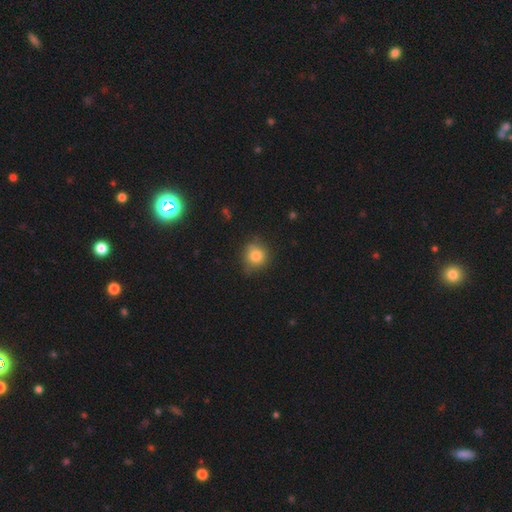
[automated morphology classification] Q: Smooth or featured?
A: smooth (82%); runner-up: star or artifact (10%)
Q: How rounded?
A: round (86%); runner-up: in between (13%)
Q: Merging?
A: none (69%); runner-up: minor disturbance (24%)